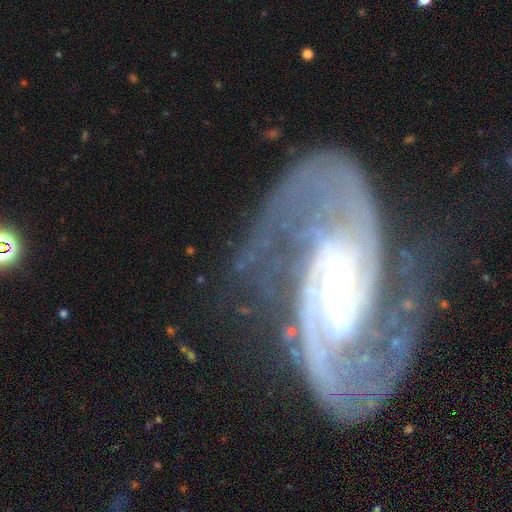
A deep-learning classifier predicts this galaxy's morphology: Overall: featured or disk (92%). Edge-on disk: no (97%). Bar: weak (39%; no 38%). Spiral arms: yes (98%). Spiral arm count: 2 (87%). Spiral winding: medium (51%; tight 31%). Bulge size: small (66%). Merging: none (66%).